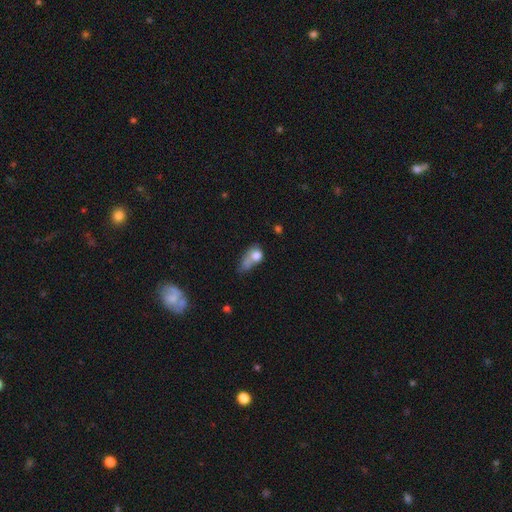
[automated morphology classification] type=smooth (71%); roundness=in between (56%); merging=merger (35%).